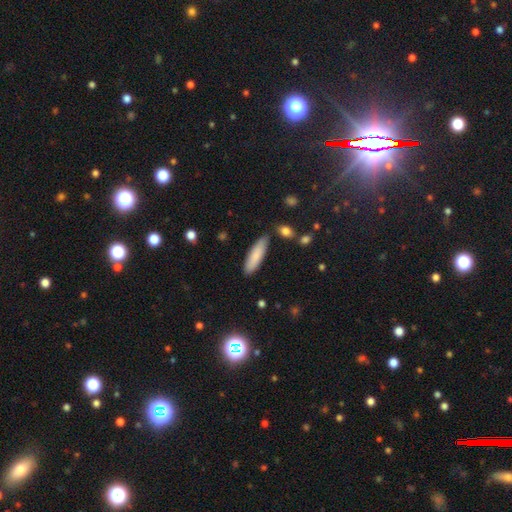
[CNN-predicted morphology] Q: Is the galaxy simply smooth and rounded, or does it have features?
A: smooth — 83%.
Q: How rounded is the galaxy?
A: cigar-shaped — 62%.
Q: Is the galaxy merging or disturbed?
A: none — 85%.